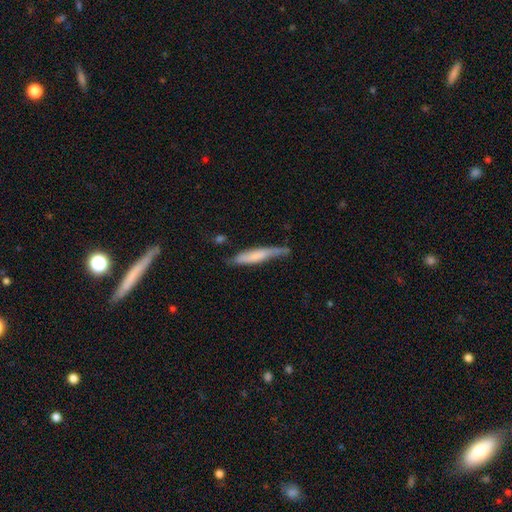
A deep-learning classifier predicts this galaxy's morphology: The model was most divided on "merging": none: 52%, minor disturbance: 33%, major disturbance: 11%, merger: 4%. More confident: how rounded — cigar-shaped (89%); smooth or featured — smooth (62%).